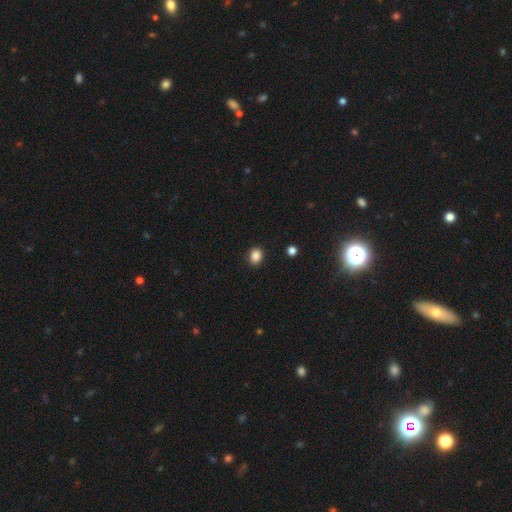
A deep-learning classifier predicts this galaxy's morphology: Overall: smooth (87%). How rounded: round (57%; in between 42%). Merging: none (88%).